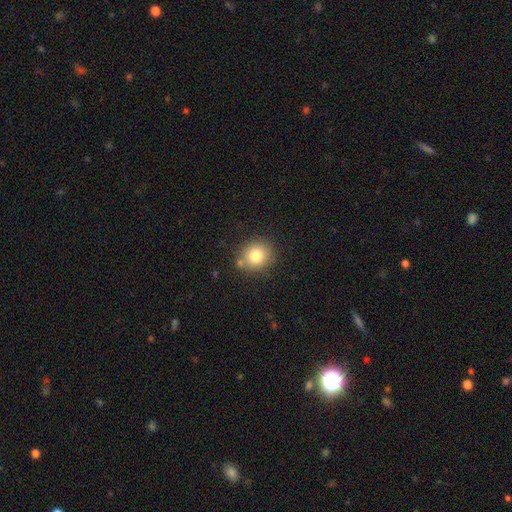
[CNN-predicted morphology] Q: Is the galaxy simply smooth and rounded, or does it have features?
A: smooth — 80%.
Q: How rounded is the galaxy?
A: round — 82%.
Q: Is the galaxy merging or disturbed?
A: none — 79%.